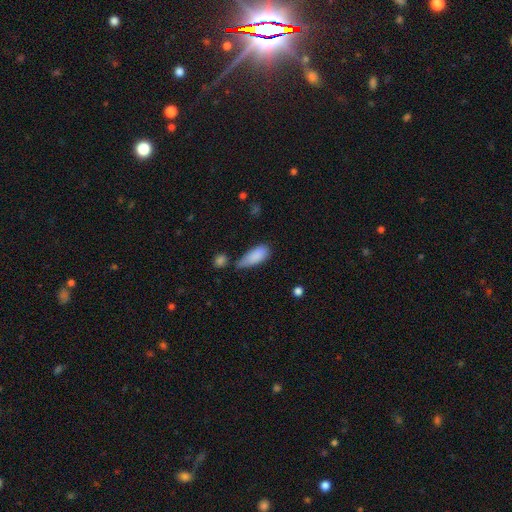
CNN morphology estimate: Smooth or featured?
  - smooth: 85% *
  - featured or disk: 7%
  - star or artifact: 7%
How rounded?
  - in between: 80% *
  - cigar-shaped: 18%
  - round: 2%
Merging?
  - none: 39% *
  - minor disturbance: 38%
  - major disturbance: 12%
  - merger: 11%